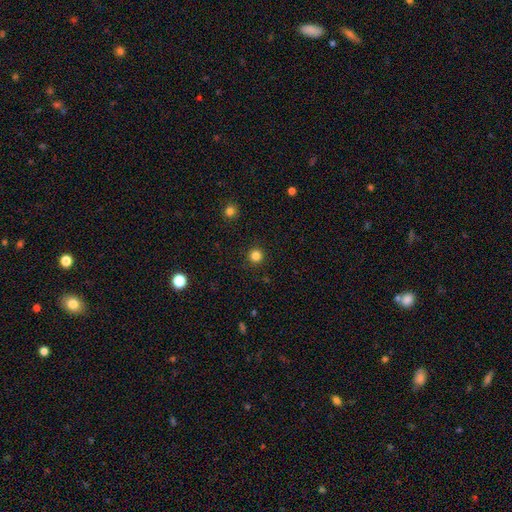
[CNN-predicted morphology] Q: Smooth or featured?
A: smooth (83%); runner-up: star or artifact (13%)
Q: How rounded?
A: round (96%); runner-up: in between (3%)
Q: Merging?
A: none (93%); runner-up: minor disturbance (5%)